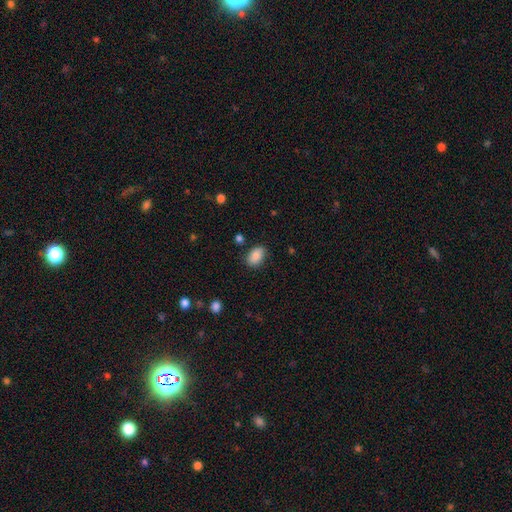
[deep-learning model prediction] A smooth galaxy with no disk features (87%) that is in between round and cigar-shaped (88%). Merging: none (84%).